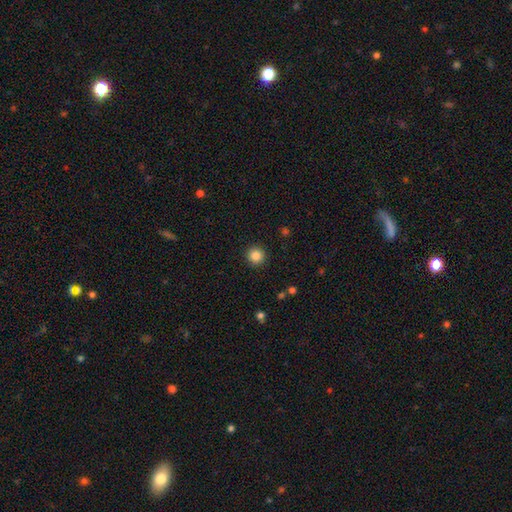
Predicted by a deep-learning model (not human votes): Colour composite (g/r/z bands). It shows a smooth galaxy with no disk features (85%) that is round (95%). Merging: none (93%).